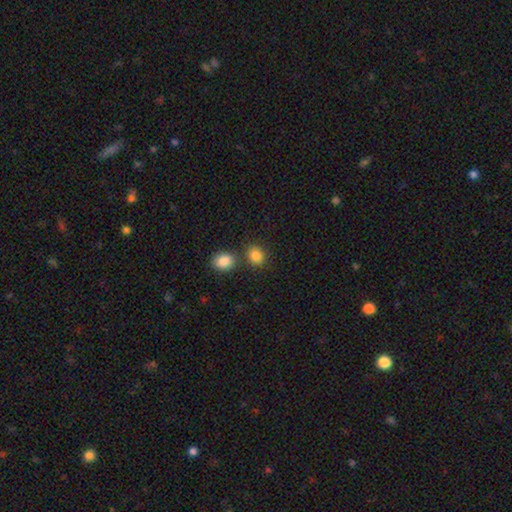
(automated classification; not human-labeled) smooth_or_featured: smooth (p=0.85) [alt: star or artifact p=0.10]
how_rounded: round (p=0.60) [alt: in between p=0.39]
merging: none (p=0.67) [alt: merger p=0.19]